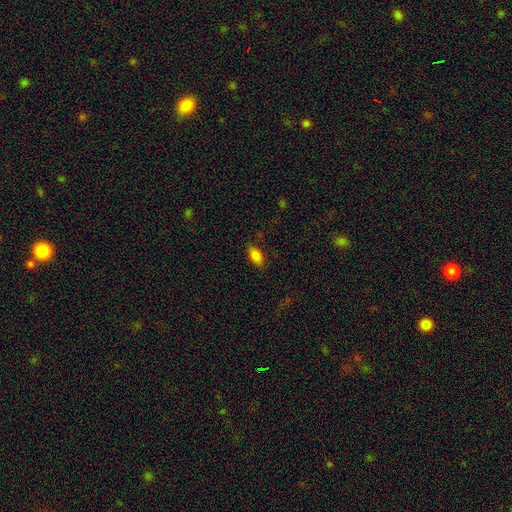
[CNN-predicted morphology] A smooth galaxy with no disk features (84%) that is in between round and cigar-shaped (91%). Merging: none (82%).